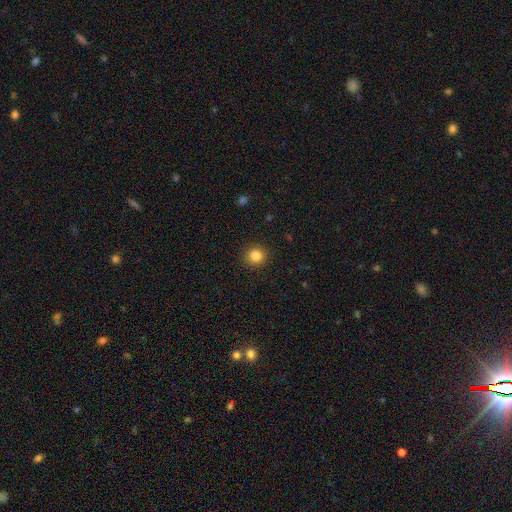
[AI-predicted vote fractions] Overall: smooth (85%). How rounded: round (90%). Merging: none (91%).